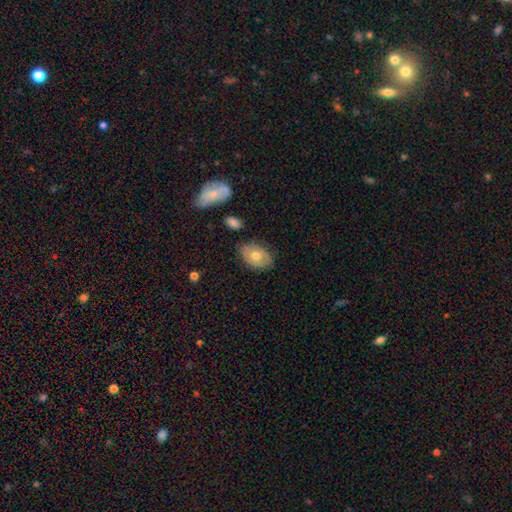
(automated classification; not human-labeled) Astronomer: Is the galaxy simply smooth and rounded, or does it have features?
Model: smooth — 60%.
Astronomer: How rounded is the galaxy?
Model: in between — 83%.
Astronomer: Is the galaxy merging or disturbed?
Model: none — 77%.